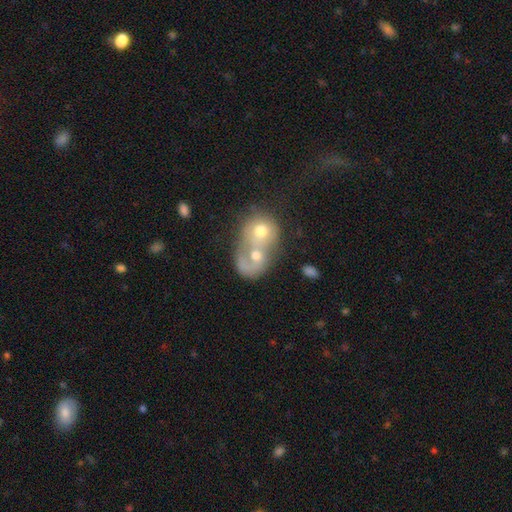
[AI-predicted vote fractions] This appears to be a smooth galaxy with no disk features (51%) that is round (57%). Merging: merger (84%).